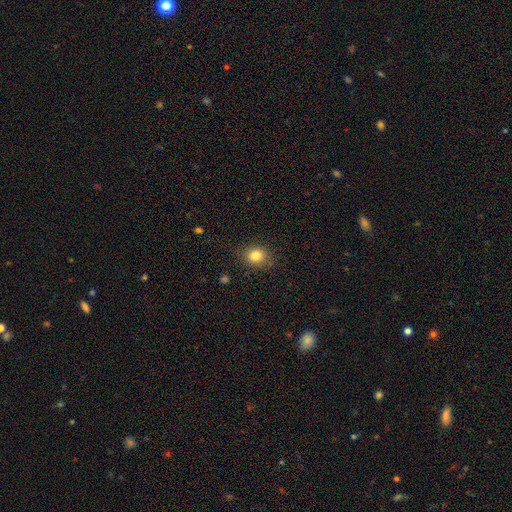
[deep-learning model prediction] Morphology: type=smooth (82%); roundness=round (64%); merging=none (84%).